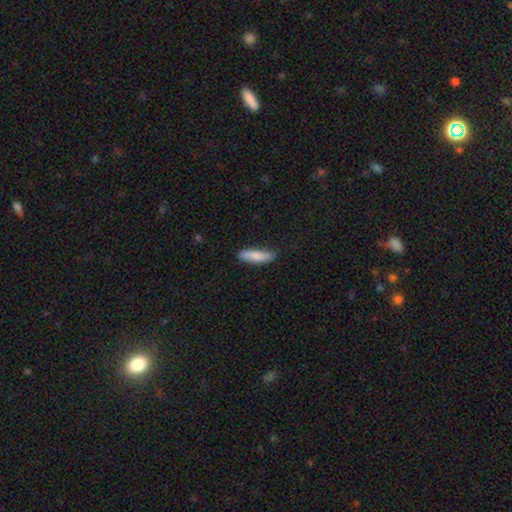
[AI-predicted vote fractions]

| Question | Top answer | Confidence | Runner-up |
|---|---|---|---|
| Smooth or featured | smooth | 84% | featured or disk (10%) |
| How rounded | cigar-shaped | 72% | in between (27%) |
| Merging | none | 83% | minor disturbance (14%) |